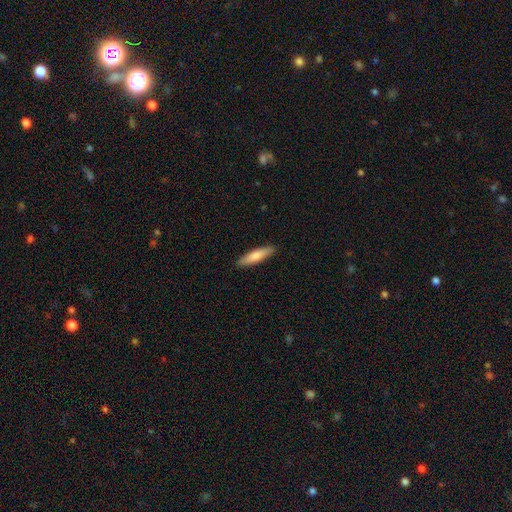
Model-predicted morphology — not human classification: A smooth galaxy with no disk features (77%) that is cigar-shaped (77%).

Vote fractions:
- Smooth or featured? smooth: 77% / featured or disk: 18% / star or artifact: 5%
- How rounded? cigar-shaped: 77% / in between: 22% / round: 1%
- Merging? none: 90% / minor disturbance: 7% / major disturbance: 1% / merger: 1%